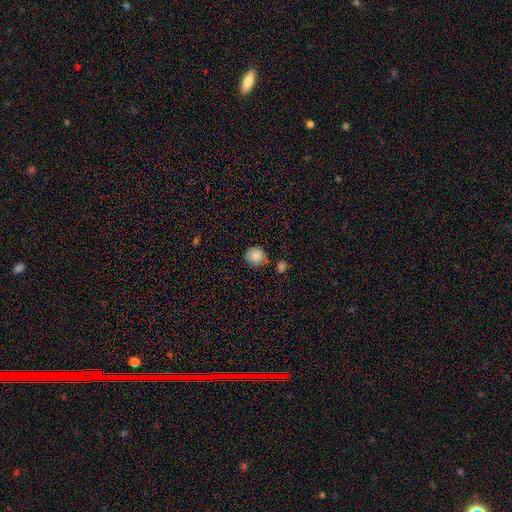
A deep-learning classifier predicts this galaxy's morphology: The model was most divided on "how rounded": round: 76%, in between: 23%, cigar-shaped: 1%. More confident: smooth or featured — smooth (85%); merging — none (75%).